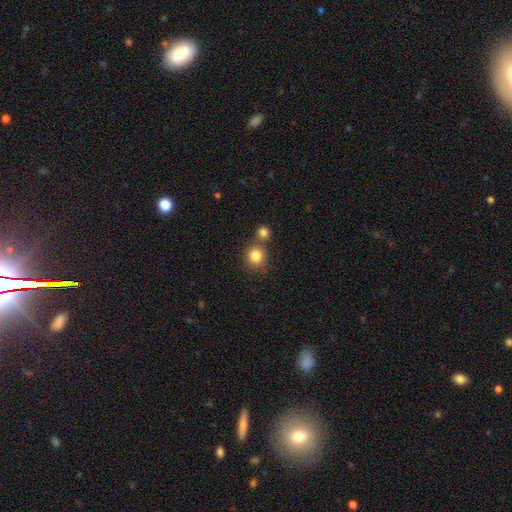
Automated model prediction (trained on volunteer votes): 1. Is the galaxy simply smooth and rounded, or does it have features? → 83% smooth, 11% star or artifact, 6% featured or disk.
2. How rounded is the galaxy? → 89% round, 11% in between, 1% cigar-shaped.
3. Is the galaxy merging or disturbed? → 62% none, 27% merger, 8% minor disturbance, 3% major disturbance.